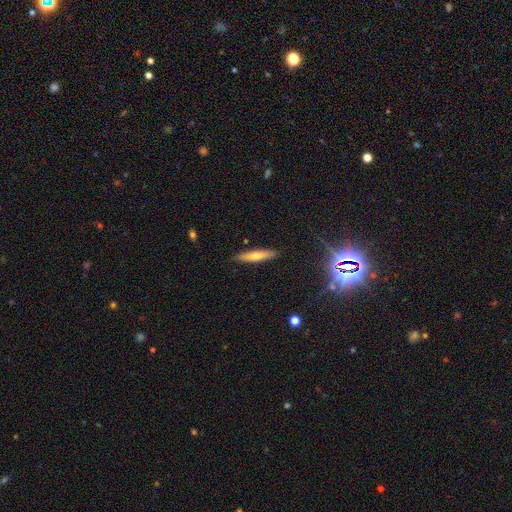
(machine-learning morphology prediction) Smooth or featured? Predicted: smooth (p=0.50). How rounded? Predicted: cigar-shaped (p=0.87). Merging? Predicted: none (p=0.89).